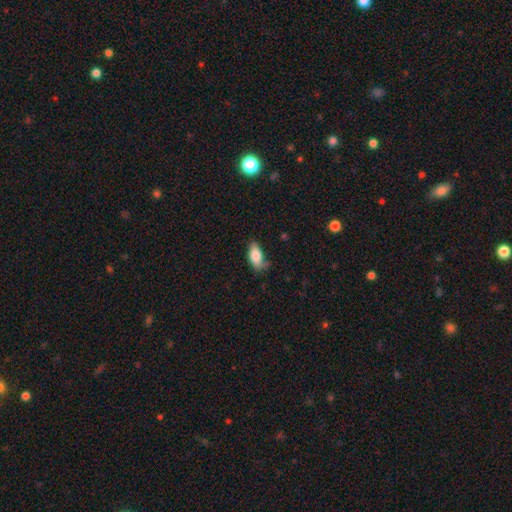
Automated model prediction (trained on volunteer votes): Q: Smooth or featured?
A: smooth (80%); runner-up: featured or disk (13%)
Q: How rounded?
A: in between (89%); runner-up: cigar-shaped (8%)
Q: Merging?
A: none (61%); runner-up: minor disturbance (29%)